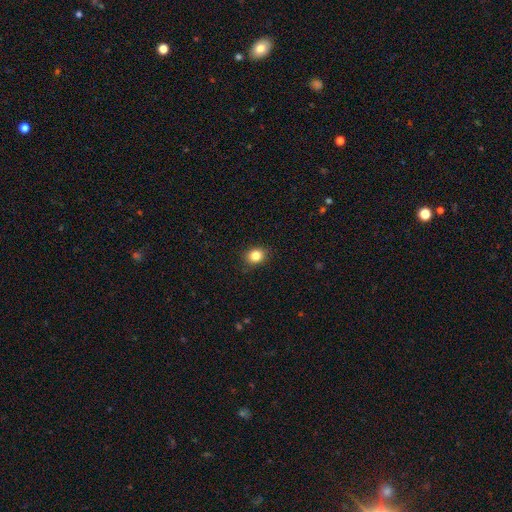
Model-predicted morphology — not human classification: A smooth galaxy with no disk features (83%) that is round (62%). Merging: none (88%).